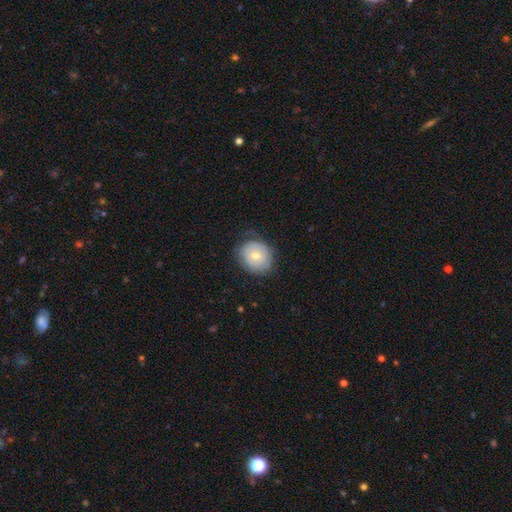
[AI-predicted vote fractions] Smooth or featured? smooth (61%)
How rounded? round (68%)
Merging? none (70%)